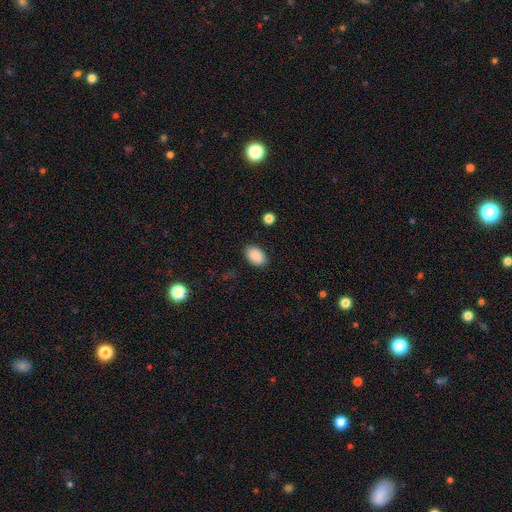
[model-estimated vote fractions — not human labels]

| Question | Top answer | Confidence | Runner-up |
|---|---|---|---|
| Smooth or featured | smooth | 89% | star or artifact (7%) |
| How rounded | in between | 87% | round (12%) |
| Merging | none | 88% | minor disturbance (9%) |